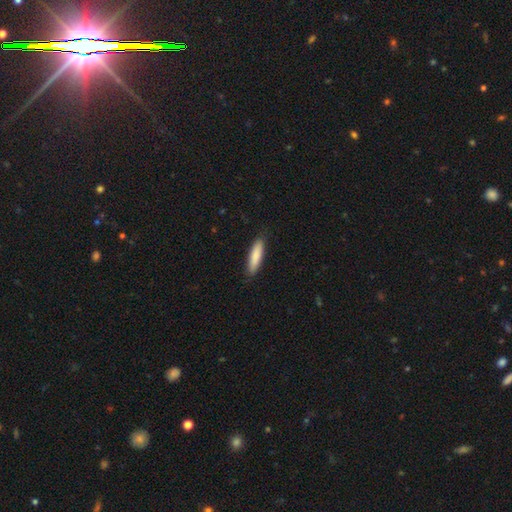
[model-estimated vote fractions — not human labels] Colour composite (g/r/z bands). It shows a smooth galaxy with no disk features (85%) that is cigar-shaped (73%). Merging: none (87%).